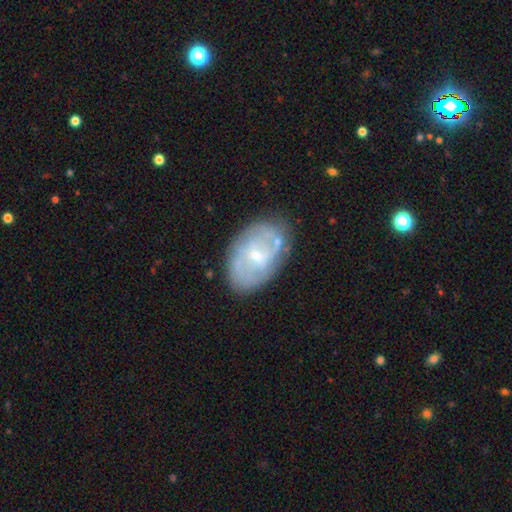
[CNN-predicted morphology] smooth-or-featured: featured or disk: 63% | smooth: 30% | star or artifact: 7%
  disk-edge-on: no: 95% | yes: 5%
    bar: weak: 49% | no: 39% | strong: 11%
    has-spiral-arms: yes: 62% | no: 38%
    bulge-size: small: 61% | moderate: 33% | none: 3% | large: 2% | dominant: 1%
  merging: none: 70% | minor disturbance: 20% | major disturbance: 7% | merger: 4%